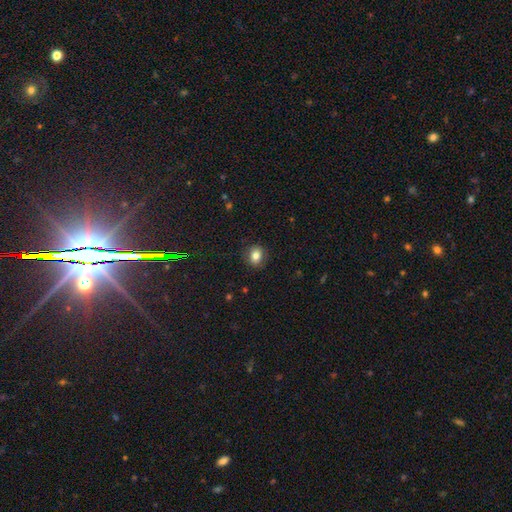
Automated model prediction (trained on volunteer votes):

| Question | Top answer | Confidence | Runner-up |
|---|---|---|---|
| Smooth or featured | smooth | 80% | star or artifact (11%) |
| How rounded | round | 65% | in between (34%) |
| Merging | none | 86% | minor disturbance (10%) |